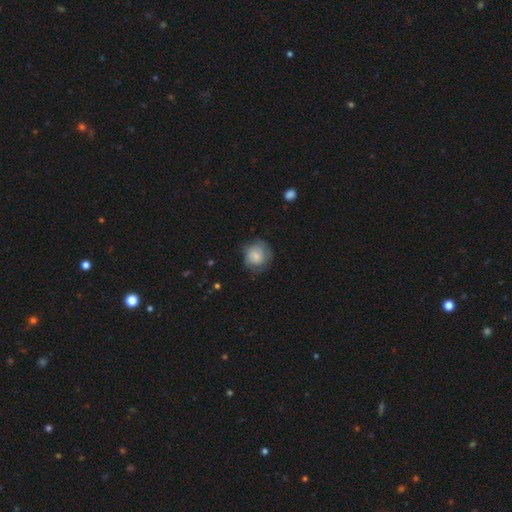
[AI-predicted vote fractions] Smooth or featured? smooth (69%)
How rounded? round (84%)
Merging? none (64%)